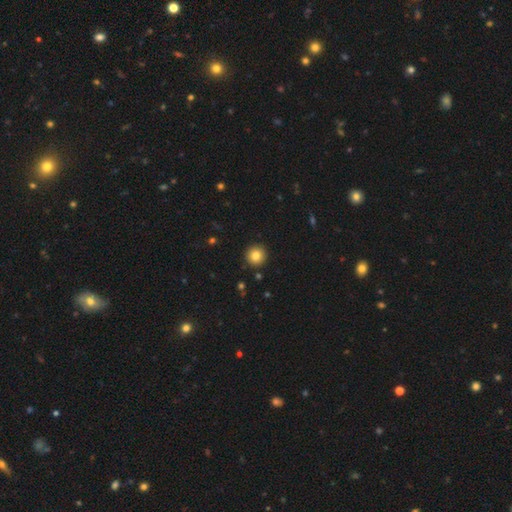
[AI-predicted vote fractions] Smooth or featured?
  - smooth: 82% *
  - star or artifact: 10%
  - featured or disk: 8%
How rounded?
  - round: 95% *
  - in between: 4%
  - cigar-shaped: 1%
Merging?
  - none: 93% *
  - minor disturbance: 5%
  - major disturbance: 2%
  - merger: 1%